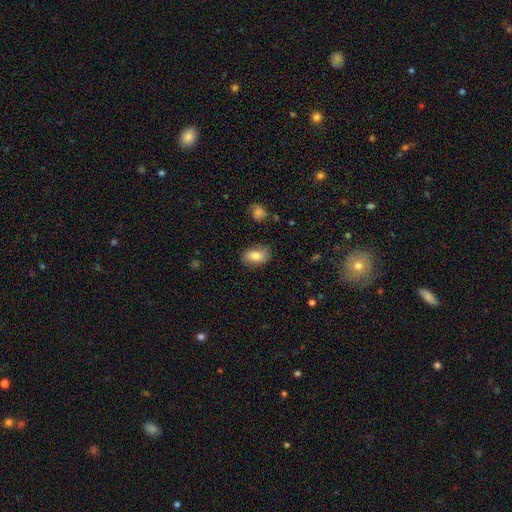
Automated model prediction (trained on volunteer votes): A smooth galaxy with no disk features (76%) that is in between round and cigar-shaped (87%). Merging: none (80%).